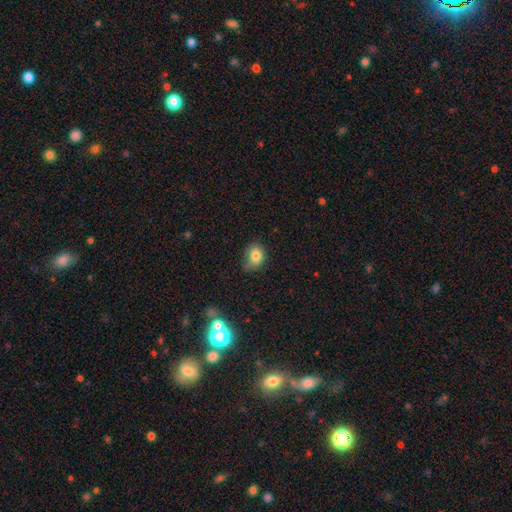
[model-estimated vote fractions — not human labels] smooth-or-featured: smooth: 80% | star or artifact: 11% | featured or disk: 9%
  how-rounded: in between: 58% | round: 41% | cigar-shaped: 1%
  merging: none: 53% | minor disturbance: 34% | major disturbance: 10% | merger: 3%